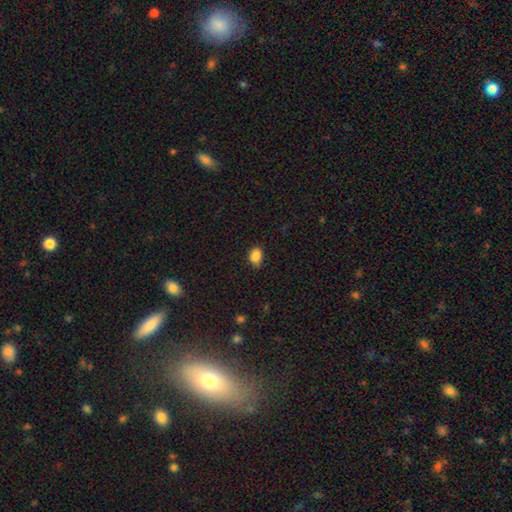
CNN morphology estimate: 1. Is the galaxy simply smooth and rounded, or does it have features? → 86% smooth, 10% star or artifact, 4% featured or disk.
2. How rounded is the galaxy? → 71% in between, 28% round, 1% cigar-shaped.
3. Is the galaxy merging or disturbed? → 70% none, 25% minor disturbance, 4% major disturbance, 1% merger.